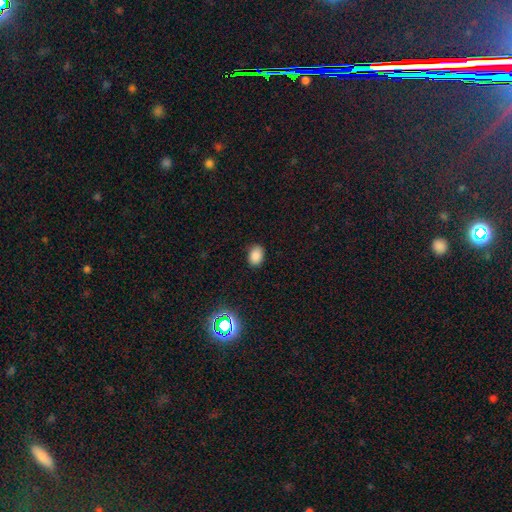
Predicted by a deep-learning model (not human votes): The model was most divided on "how rounded": in between: 74%, round: 25%, cigar-shaped: 1%. More confident: merging — none (85%); smooth or featured — smooth (84%).